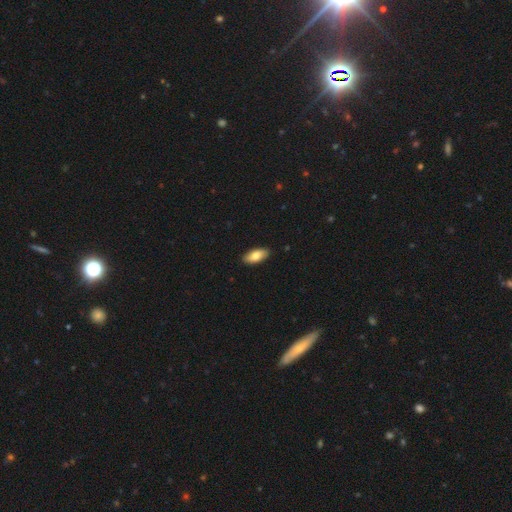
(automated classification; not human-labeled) Smooth or featured: smooth — 82% (featured or disk — 12%)
How rounded: in between — 89% (cigar-shaped — 9%)
Merging: none — 90% (minor disturbance — 8%)